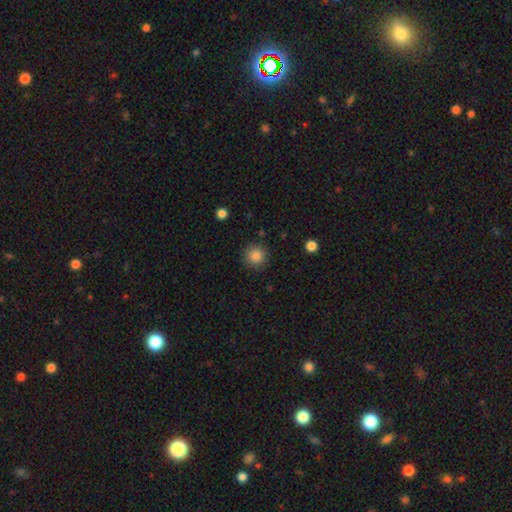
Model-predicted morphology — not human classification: Smooth or featured: smooth — 86% (star or artifact — 10%)
How rounded: round — 94% (in between — 5%)
Merging: none — 89% (minor disturbance — 7%)